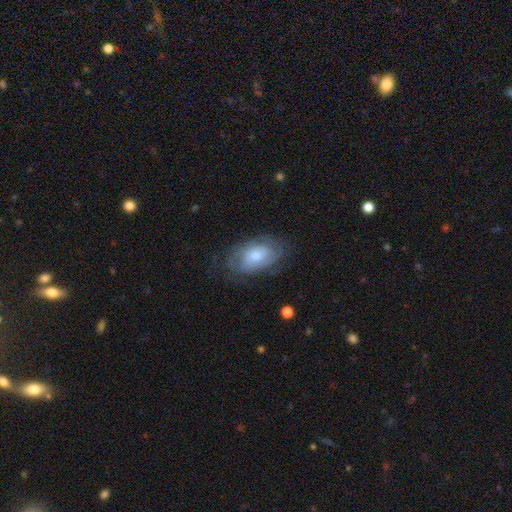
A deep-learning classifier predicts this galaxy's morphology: Q: Smooth or featured?
A: featured or disk (48%); runner-up: smooth (45%)
Q: Merging?
A: none (65%); runner-up: minor disturbance (23%)